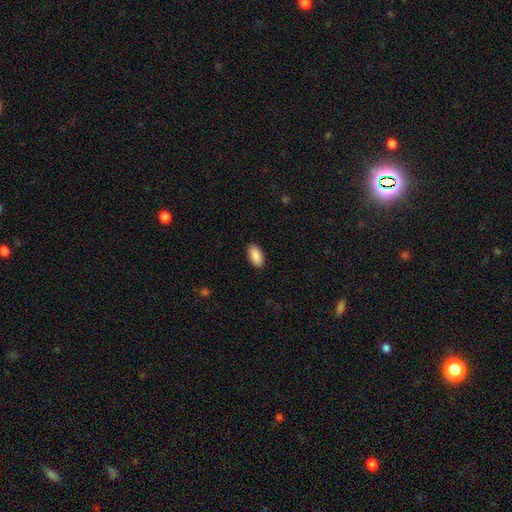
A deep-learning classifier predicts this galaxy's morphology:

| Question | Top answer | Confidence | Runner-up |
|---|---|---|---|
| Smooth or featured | smooth | 90% | star or artifact (6%) |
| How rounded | in between | 95% | cigar-shaped (3%) |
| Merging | none | 89% | minor disturbance (8%) |